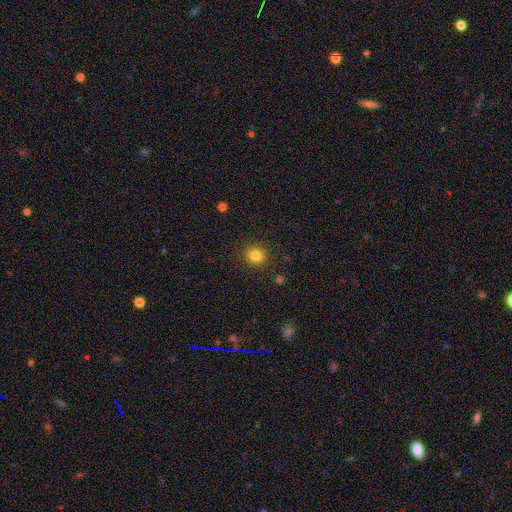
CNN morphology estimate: smooth_or_featured: smooth (p=0.82) [alt: star or artifact p=0.13]
how_rounded: round (p=0.91) [alt: in between p=0.08]
merging: none (p=0.90) [alt: minor disturbance p=0.06]